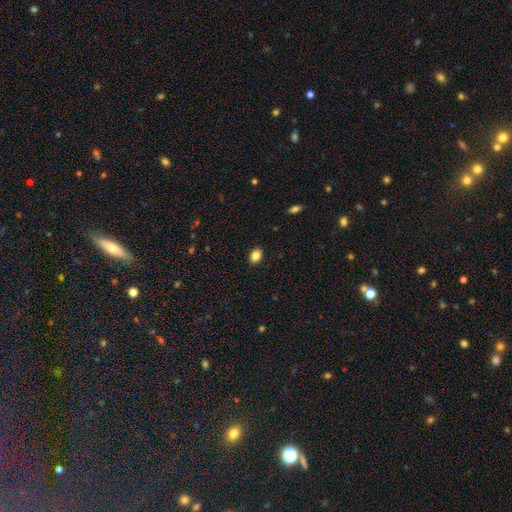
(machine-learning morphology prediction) Q: Smooth or featured?
A: smooth (85%); runner-up: star or artifact (10%)
Q: How rounded?
A: in between (72%); runner-up: round (27%)
Q: Merging?
A: none (90%); runner-up: minor disturbance (8%)